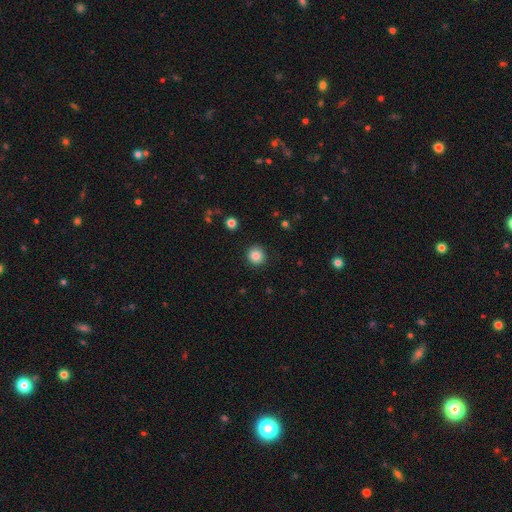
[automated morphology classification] This appears to be a smooth galaxy with no disk features (85%) that is round (92%). Merging: none (92%).